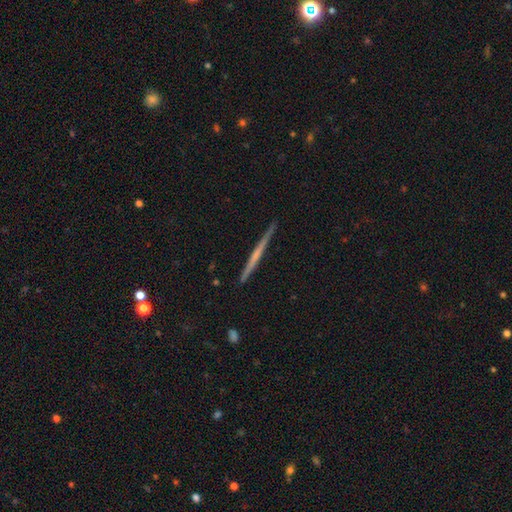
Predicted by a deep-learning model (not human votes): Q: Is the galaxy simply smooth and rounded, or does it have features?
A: featured or disk — 61%.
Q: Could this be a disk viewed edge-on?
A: yes — 98%.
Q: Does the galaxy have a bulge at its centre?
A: none — 78%.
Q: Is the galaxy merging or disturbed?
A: none — 91%.